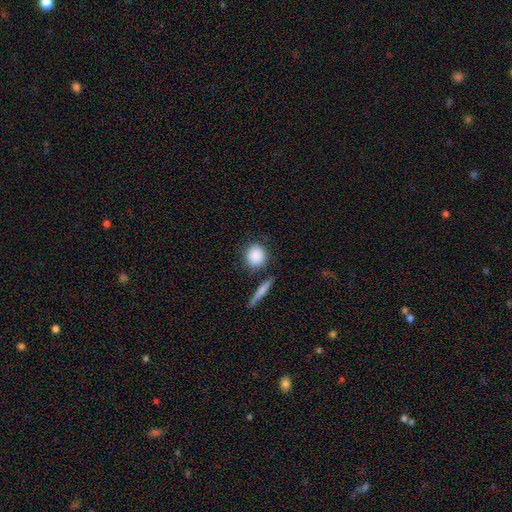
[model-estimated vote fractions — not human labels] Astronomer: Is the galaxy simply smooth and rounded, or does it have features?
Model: smooth — 88%.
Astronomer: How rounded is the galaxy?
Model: round — 78%.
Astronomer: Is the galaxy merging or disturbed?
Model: none — 79%.